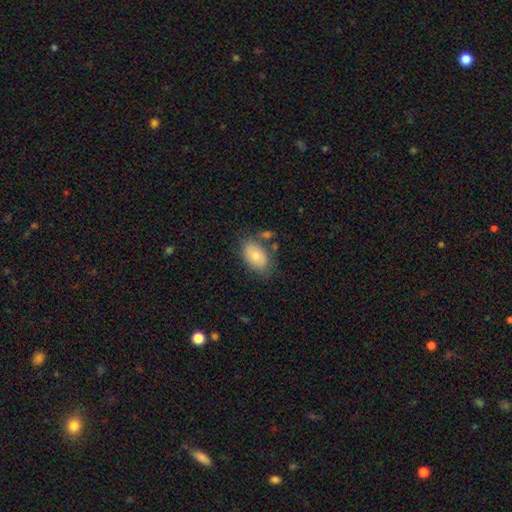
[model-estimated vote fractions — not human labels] This appears to be a smooth galaxy with no disk features (76%) that is in between round and cigar-shaped (90%). Merging: none (67%).